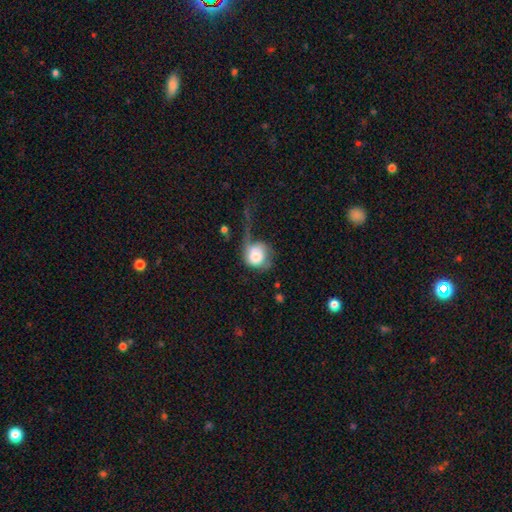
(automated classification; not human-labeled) Overall: smooth (62%; featured or disk 31%). How rounded: round (78%). Merging: major disturbance (55%; none 19%).